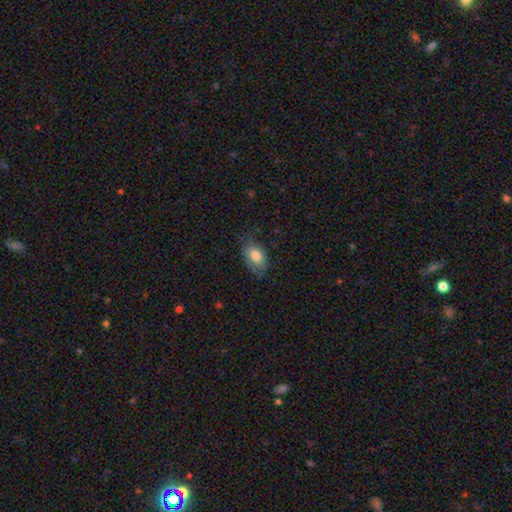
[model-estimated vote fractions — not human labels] The model was most divided on "merging": none: 62%, minor disturbance: 28%, major disturbance: 10%, merger: 1%. More confident: how rounded — in between (89%); smooth or featured — smooth (74%).